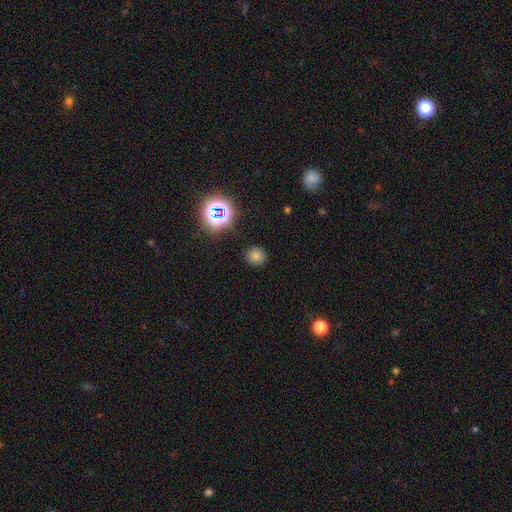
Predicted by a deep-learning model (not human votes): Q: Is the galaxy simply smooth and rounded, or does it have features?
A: smooth — 67%.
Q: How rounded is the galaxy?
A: round — 85%.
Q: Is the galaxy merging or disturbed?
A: none — 88%.